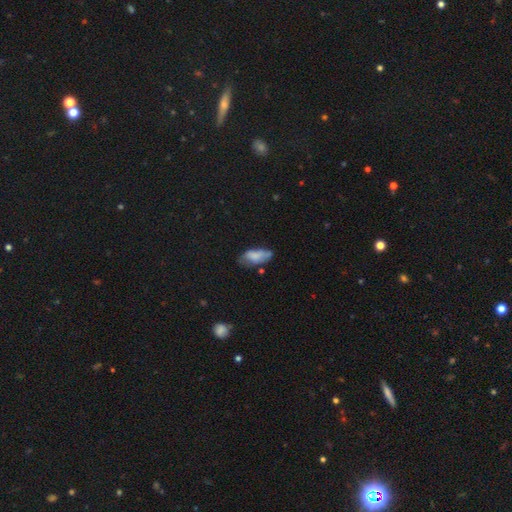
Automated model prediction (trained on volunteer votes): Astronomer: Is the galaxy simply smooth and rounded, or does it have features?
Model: smooth — 73%.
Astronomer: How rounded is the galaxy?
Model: in between — 85%.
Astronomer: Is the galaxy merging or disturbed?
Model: none — 43% (runner-up: minor disturbance, 36%).